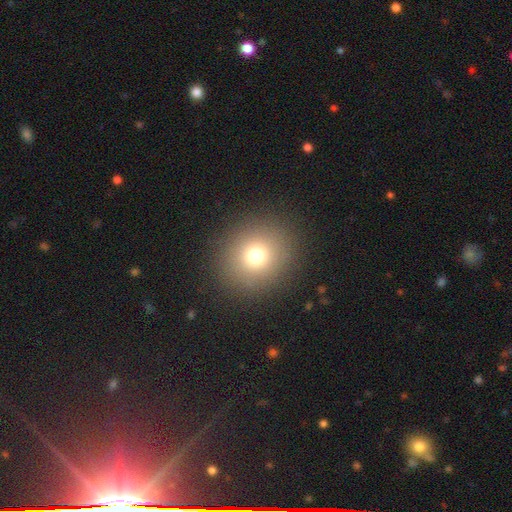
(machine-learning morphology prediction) smooth-or-featured: smooth: 74% | star or artifact: 16% | featured or disk: 10%
  how-rounded: round: 84% | in between: 15% | cigar-shaped: 1%
  merging: none: 90% | minor disturbance: 6% | major disturbance: 3% | merger: 1%